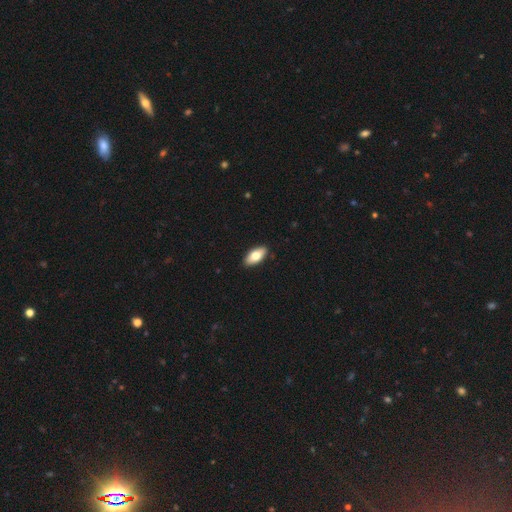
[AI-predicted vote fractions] The model was most divided on "smooth or featured": smooth: 76%, featured or disk: 18%, star or artifact: 6%. More confident: merging — none (90%); how rounded — in between (88%).